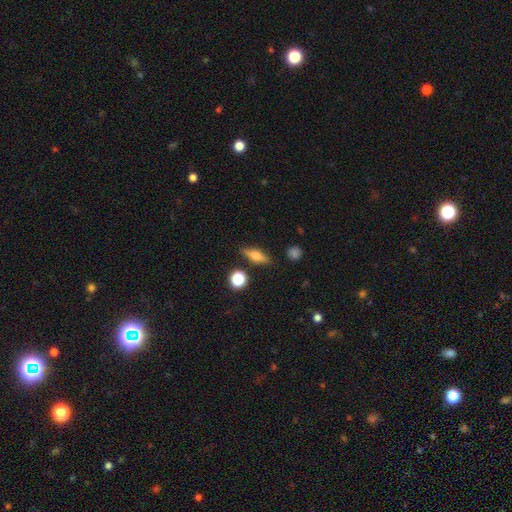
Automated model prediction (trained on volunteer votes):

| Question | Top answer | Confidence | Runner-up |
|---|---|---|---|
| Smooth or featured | featured or disk | 47% | smooth (43%) |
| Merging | none | 84% | minor disturbance (11%) |